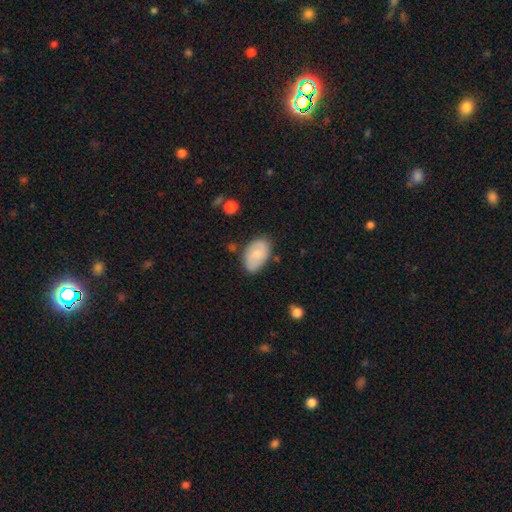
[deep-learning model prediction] The model was most divided on "smooth or featured": smooth: 72%, featured or disk: 22%, star or artifact: 6%. More confident: how rounded — in between (92%); merging — none (73%).